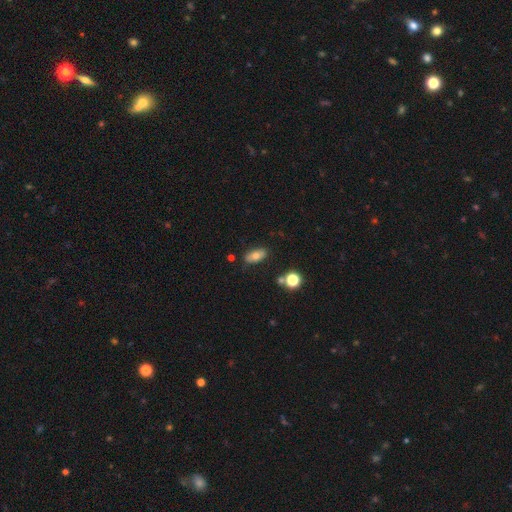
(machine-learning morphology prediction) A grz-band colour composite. It shows a smooth galaxy with no disk features (70%) that is in between round and cigar-shaped (85%). Merging: none (81%).